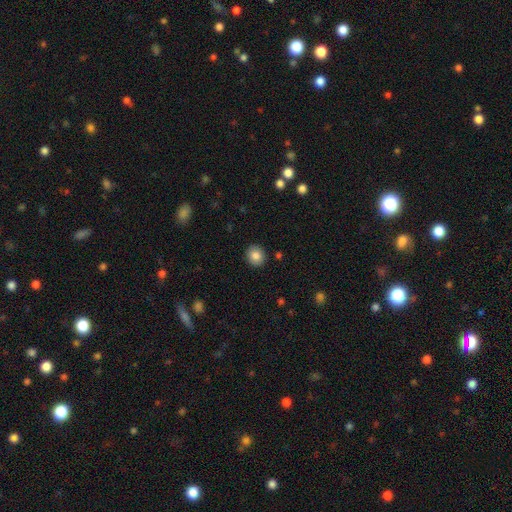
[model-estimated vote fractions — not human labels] smooth 84%, star or artifact 9%, featured or disk 7%. Down the decision tree: how rounded — round (82%); merging — none (91%).